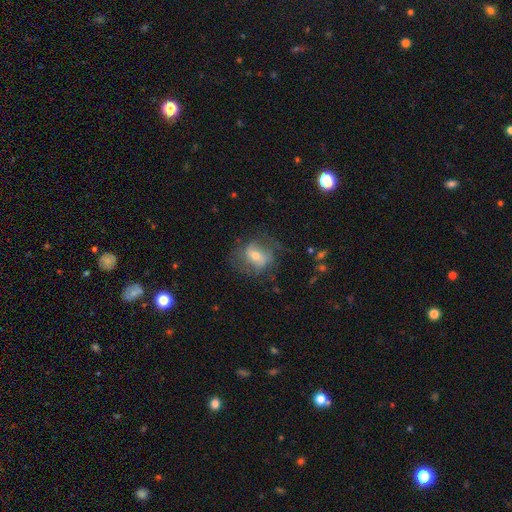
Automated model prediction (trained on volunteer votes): Smooth or featured? Predicted: featured or disk (p=0.50). Merging? Predicted: none (p=0.60).